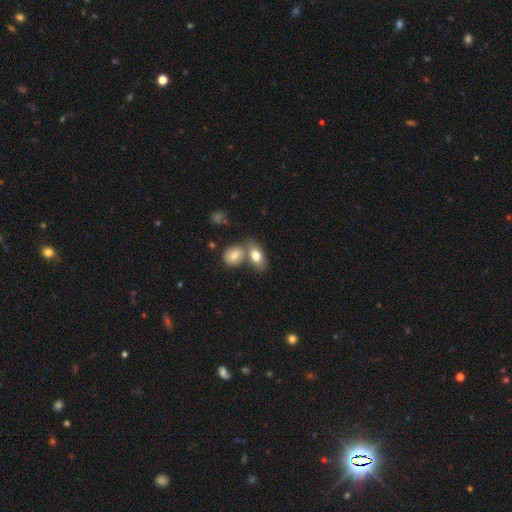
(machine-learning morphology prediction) This appears to be a smooth galaxy with no disk features (78%) that is in between round and cigar-shaped (87%). Merging: merger (46%).